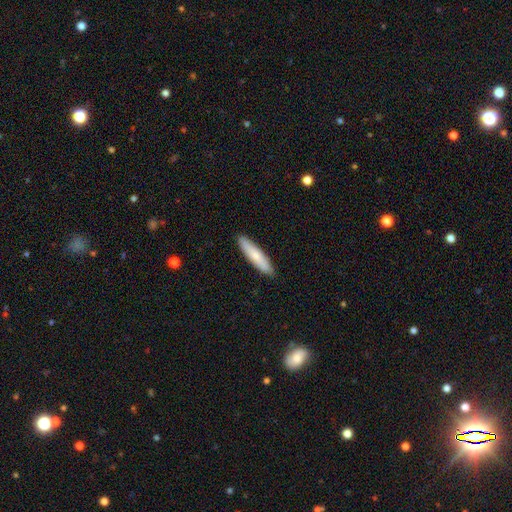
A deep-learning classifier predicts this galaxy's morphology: This appears to be a smooth galaxy with no disk features (73%) that is cigar-shaped (83%). Merging: none (90%).